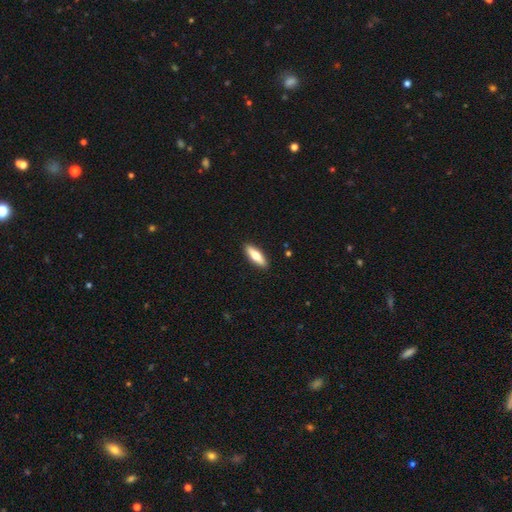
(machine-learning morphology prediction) smooth_or_featured: smooth (p=0.65) [alt: featured or disk p=0.29]
how_rounded: cigar-shaped (p=0.52) [alt: in between p=0.46]
merging: none (p=0.91) [alt: minor disturbance p=0.07]